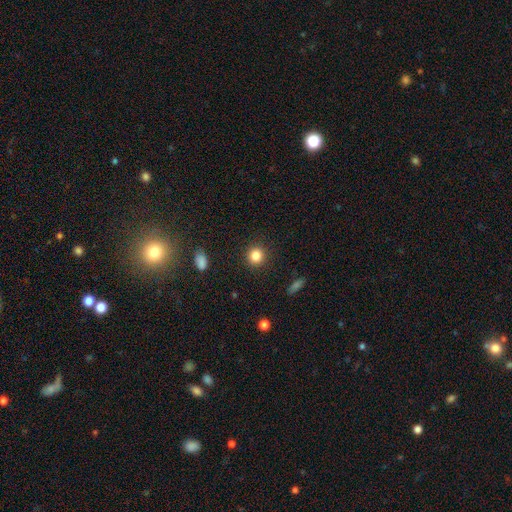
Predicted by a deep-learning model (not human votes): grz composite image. It shows a smooth galaxy with no disk features (84%) that is round (90%). Merging: none (91%).